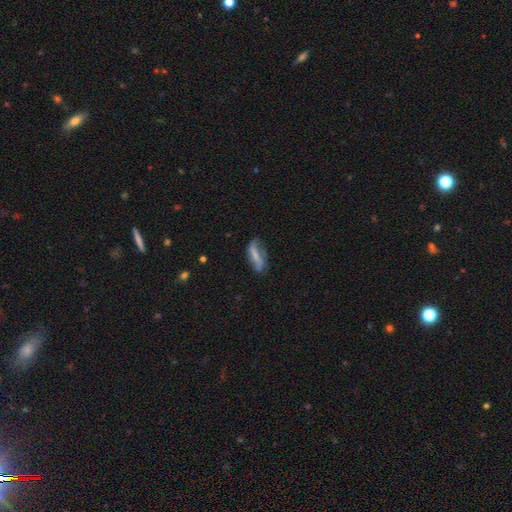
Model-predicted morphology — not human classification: A smooth galaxy with no disk features (48%).

Vote fractions:
- Smooth or featured? smooth: 48% / featured or disk: 44% / star or artifact: 8%
- Merging? none: 55% / minor disturbance: 29% / major disturbance: 13% / merger: 4%